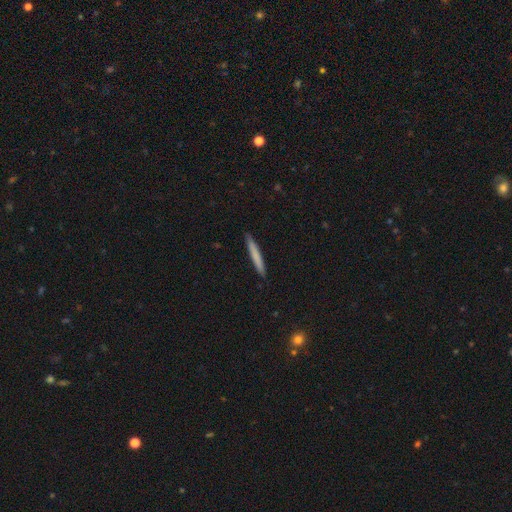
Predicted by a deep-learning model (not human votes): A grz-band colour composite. It shows a smooth galaxy with no disk features (73%) that is cigar-shaped (97%). Merging: none (91%).